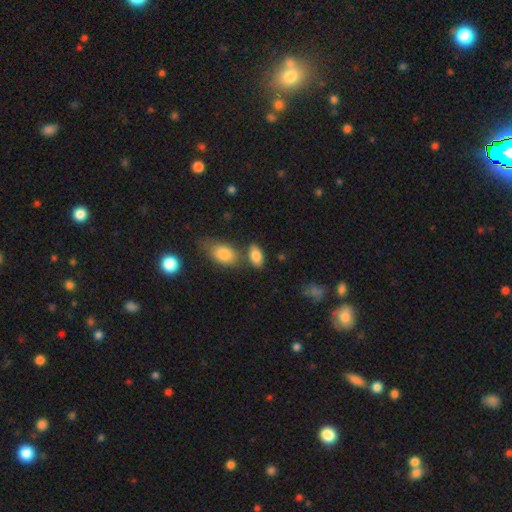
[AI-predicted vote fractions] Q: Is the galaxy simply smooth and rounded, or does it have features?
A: smooth — 84%.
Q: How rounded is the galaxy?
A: in between — 91%.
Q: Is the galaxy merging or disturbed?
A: none — 65%.